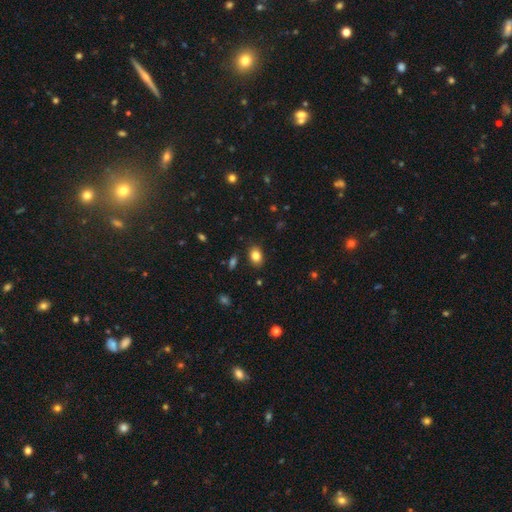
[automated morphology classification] smooth 83%, star or artifact 10%, featured or disk 7%. Down the decision tree: how rounded — in between (72%); merging — none (86%).